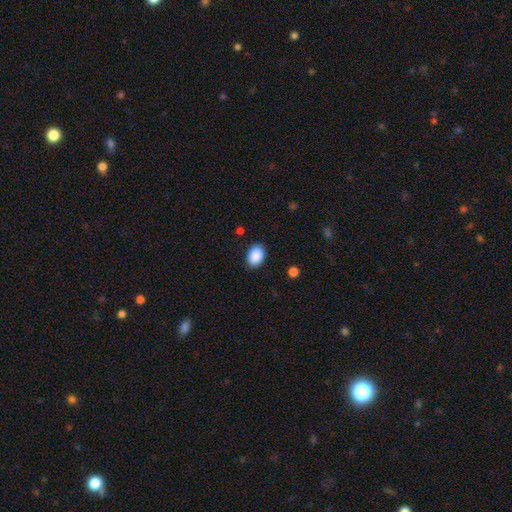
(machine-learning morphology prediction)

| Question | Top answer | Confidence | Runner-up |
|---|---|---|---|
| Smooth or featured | smooth | 90% | star or artifact (7%) |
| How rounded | in between | 78% | round (21%) |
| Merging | none | 87% | minor disturbance (10%) |